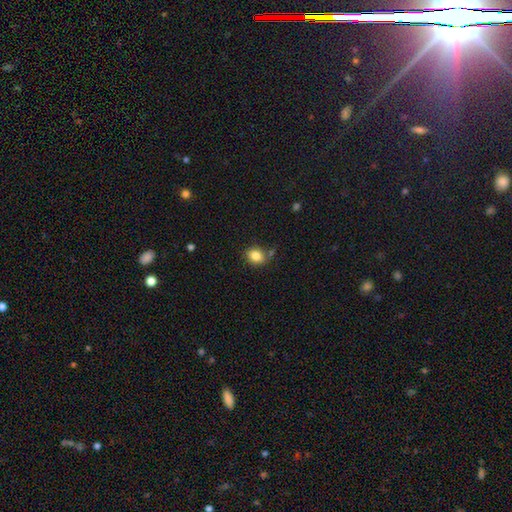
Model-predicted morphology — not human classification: Smooth or featured? smooth (85%)
How rounded? in between (50%)
Merging? none (71%)